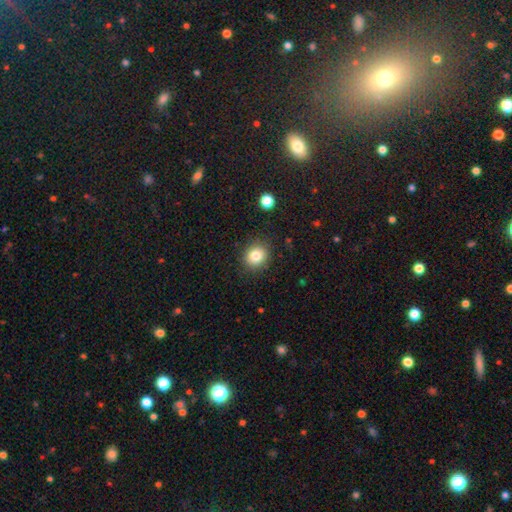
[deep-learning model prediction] Morphology: type=smooth (81%); roundness=round (77%); merging=none (87%).